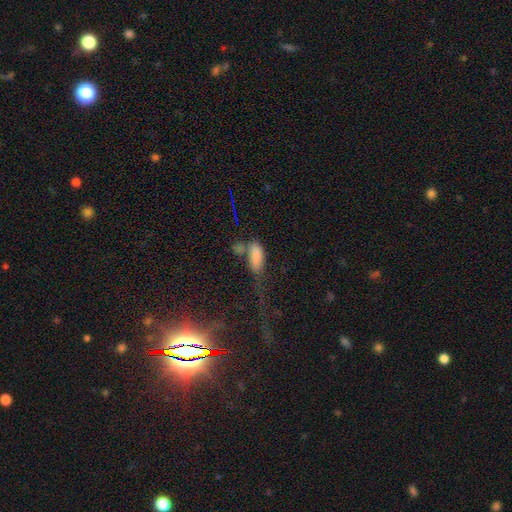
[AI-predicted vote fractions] This is likely a smooth galaxy (79%). How rounded: likely in between (79%). Merging: marginally none (32%).